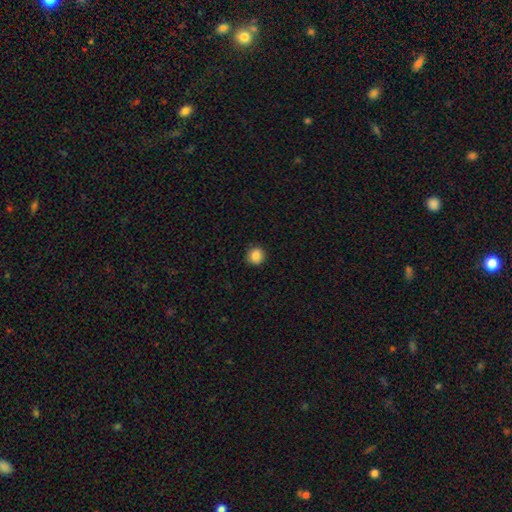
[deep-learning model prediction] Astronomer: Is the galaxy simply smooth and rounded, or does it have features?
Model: smooth — 86%.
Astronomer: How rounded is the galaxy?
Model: round — 91%.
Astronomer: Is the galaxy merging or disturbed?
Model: none — 91%.